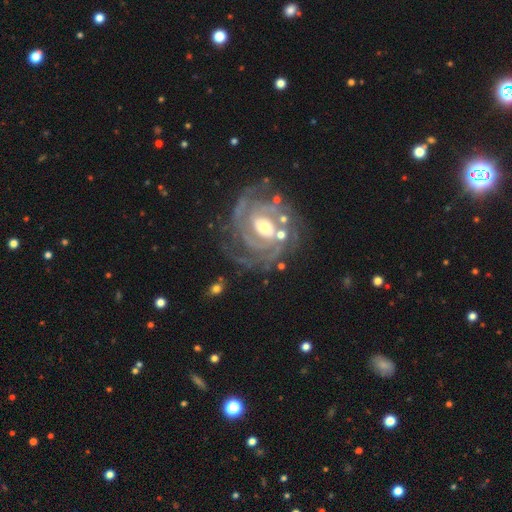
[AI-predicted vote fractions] This is clearly a featured or disk galaxy (87%). It is clearly not viewed edge-on (97%). Bar: marginally weak (44%). Spiral arm pattern: clearly yes (96%). Spiral arm count: marginally 2 (26%). Spiral winding: likely tight (69%). Central bulge: likely moderate (63%). Merging: likely none (71%).